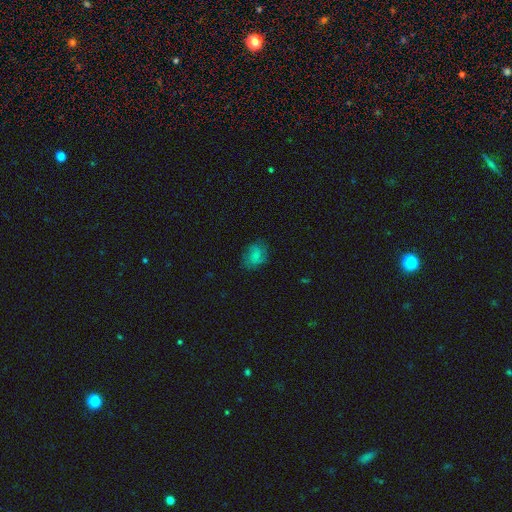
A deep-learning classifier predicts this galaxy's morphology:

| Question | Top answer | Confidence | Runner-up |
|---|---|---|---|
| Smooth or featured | smooth | 58% | featured or disk (32%) |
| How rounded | in between | 61% | round (38%) |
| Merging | none | 72% | minor disturbance (19%) |